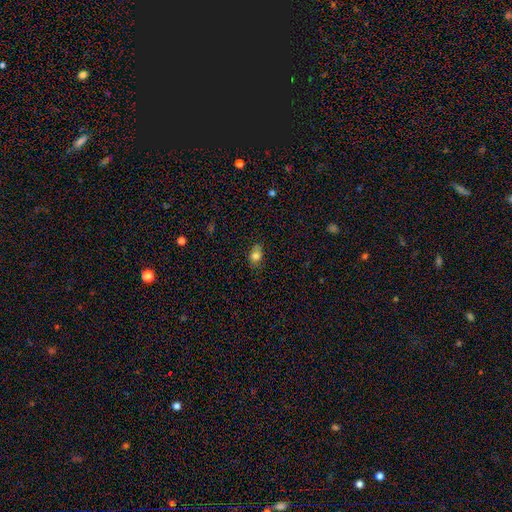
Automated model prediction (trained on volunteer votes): Smooth or featured?
  - smooth: 80% *
  - star or artifact: 12%
  - featured or disk: 8%
How rounded?
  - in between: 70% *
  - round: 28%
  - cigar-shaped: 2%
Merging?
  - none: 73% *
  - minor disturbance: 20%
  - major disturbance: 5%
  - merger: 2%